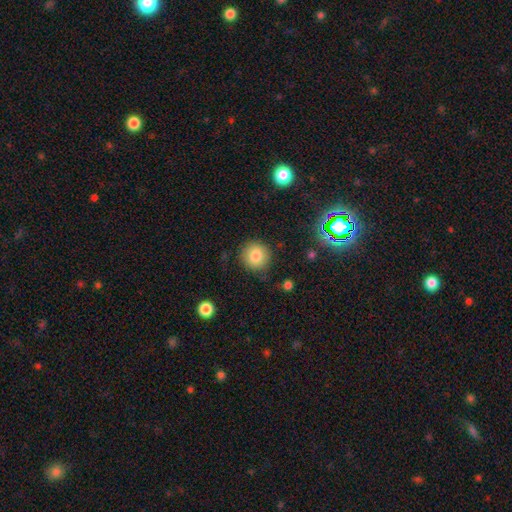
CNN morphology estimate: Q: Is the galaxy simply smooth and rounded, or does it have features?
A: smooth — 83%.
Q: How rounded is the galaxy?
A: round — 92%.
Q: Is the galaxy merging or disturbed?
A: none — 85%.